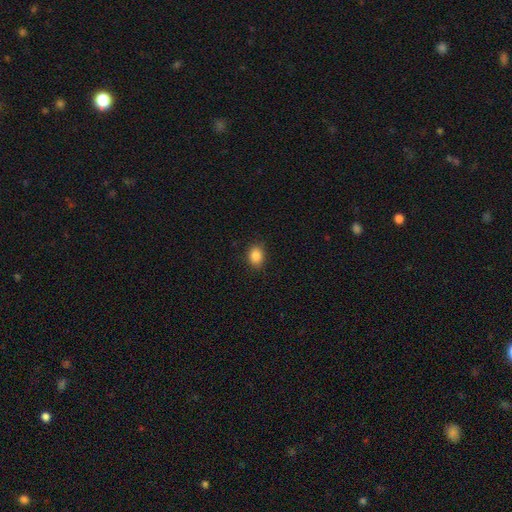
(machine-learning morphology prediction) Q: Smooth or featured?
A: smooth (86%); runner-up: star or artifact (9%)
Q: How rounded?
A: in between (60%); runner-up: round (39%)
Q: Merging?
A: none (86%); runner-up: minor disturbance (10%)